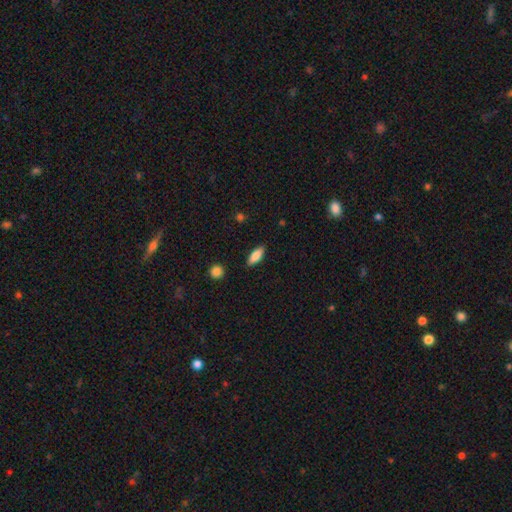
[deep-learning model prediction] Smooth or featured?
  - smooth: 82% *
  - featured or disk: 11%
  - star or artifact: 7%
How rounded?
  - in between: 75% *
  - cigar-shaped: 23%
  - round: 2%
Merging?
  - none: 87% *
  - minor disturbance: 9%
  - major disturbance: 2%
  - merger: 1%